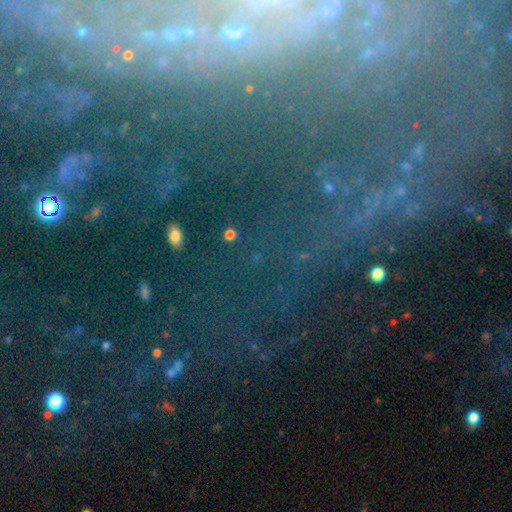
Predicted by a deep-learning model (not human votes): Smooth or featured? star or artifact (51%)